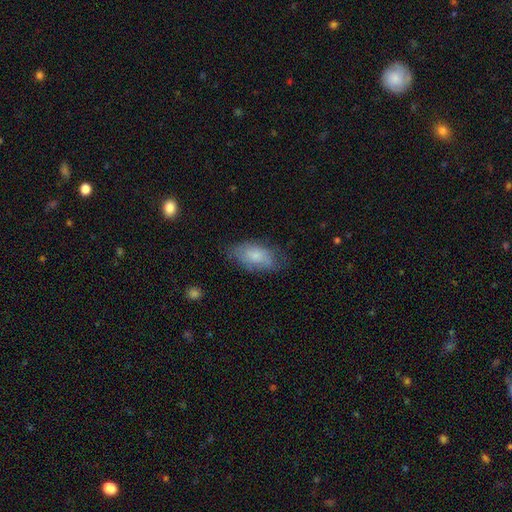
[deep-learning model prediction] Morphology: type=smooth (72%); roundness=in between (93%); merging=none (66%).